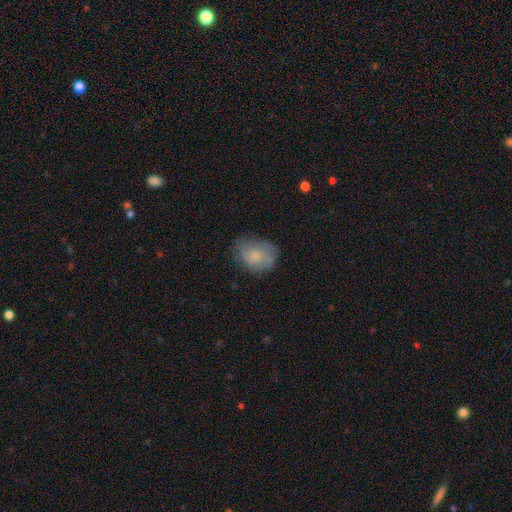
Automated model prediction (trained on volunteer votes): smooth_or_featured: smooth (p=0.53) [alt: featured or disk p=0.38]
how_rounded: in between (p=0.53) [alt: round p=0.46]
merging: none (p=0.67) [alt: minor disturbance p=0.24]